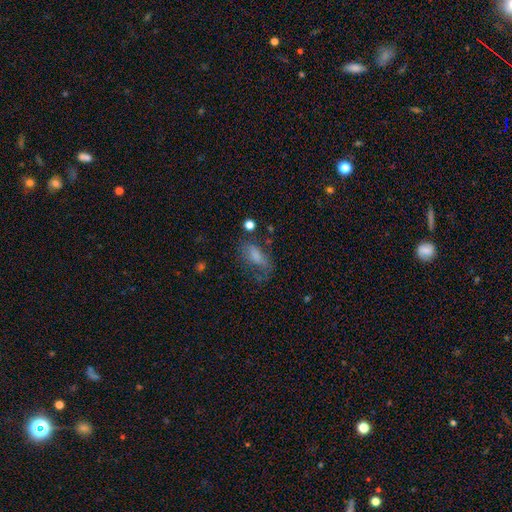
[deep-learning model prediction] Smooth or featured? Predicted: smooth (p=0.65). How rounded? Predicted: in between (p=0.76). Merging? Predicted: none (p=0.43).